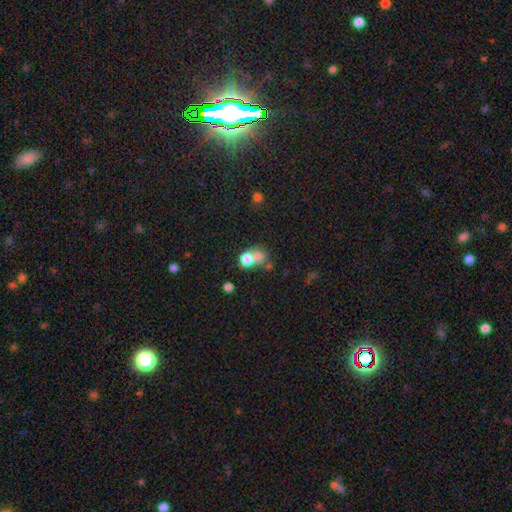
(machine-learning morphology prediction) type=smooth (72%); roundness=round (64%); merging=merger (55%).